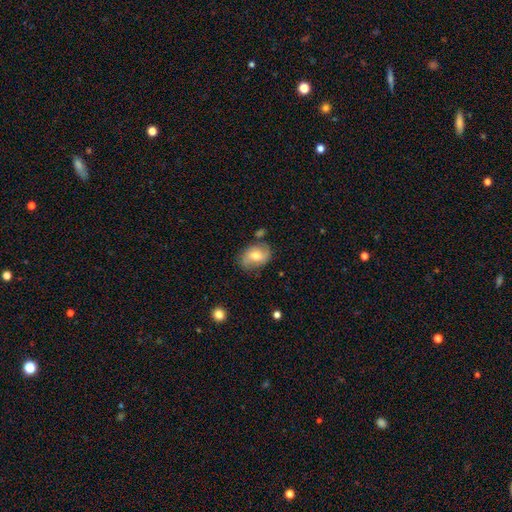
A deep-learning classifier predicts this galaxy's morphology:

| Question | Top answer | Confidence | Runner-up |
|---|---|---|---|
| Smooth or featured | smooth | 54% | featured or disk (38%) |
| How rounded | in between | 72% | round (27%) |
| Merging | none | 68% | minor disturbance (22%) |